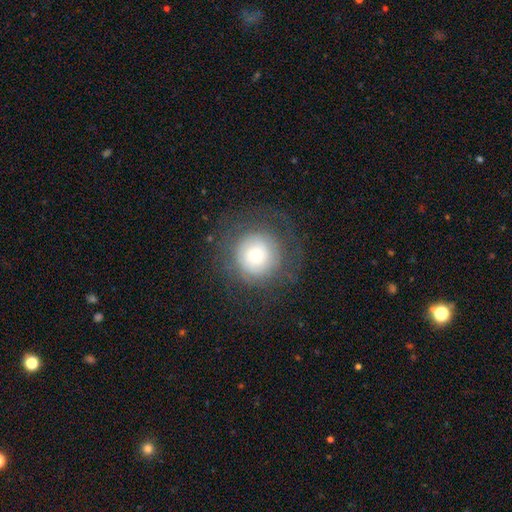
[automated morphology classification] The model was most divided on "smooth or featured": smooth: 47%, featured or disk: 42%, star or artifact: 11%. More confident: merging — none (70%).